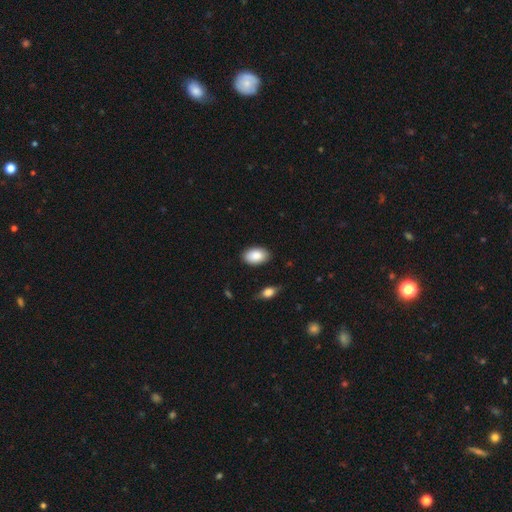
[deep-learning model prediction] Overall: smooth (87%). How rounded: in between (92%). Merging: none (86%).